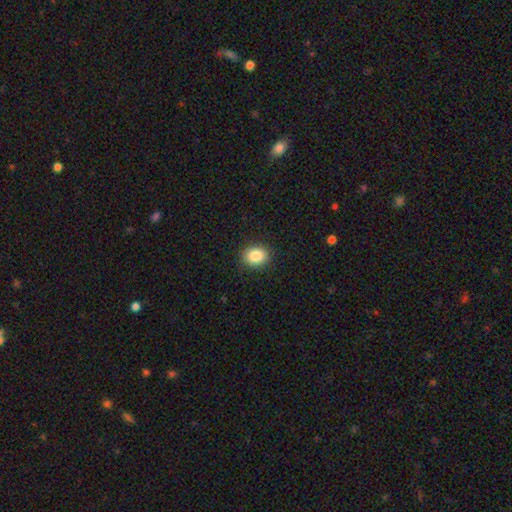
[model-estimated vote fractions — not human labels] Morphology: type=smooth (86%); roundness=round (52%); merging=none (89%).